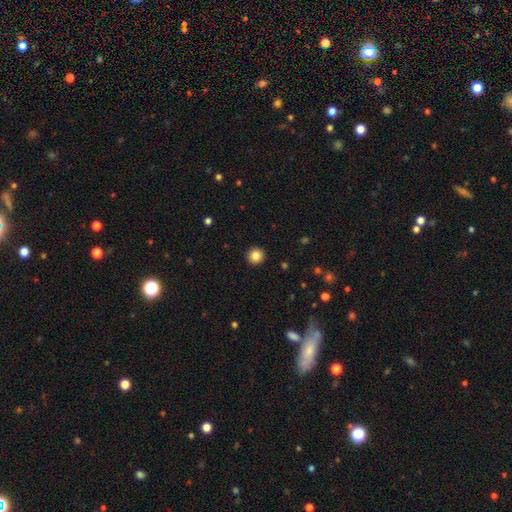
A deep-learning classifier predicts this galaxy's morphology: smooth 85%, star or artifact 10%, featured or disk 5%. Down the decision tree: how rounded — round (95%); merging — none (93%).